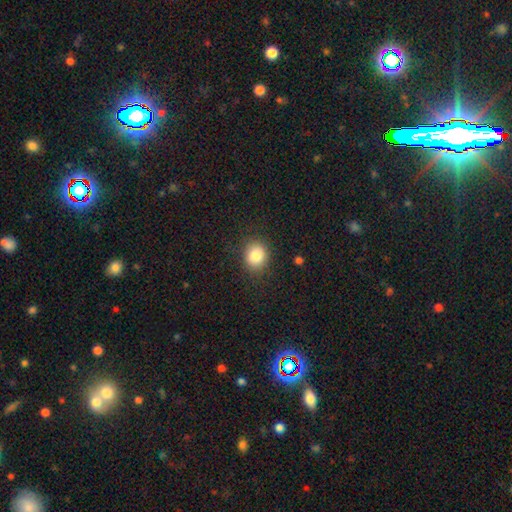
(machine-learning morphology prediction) Smooth or featured? smooth (84%)
How rounded? round (73%)
Merging? none (85%)